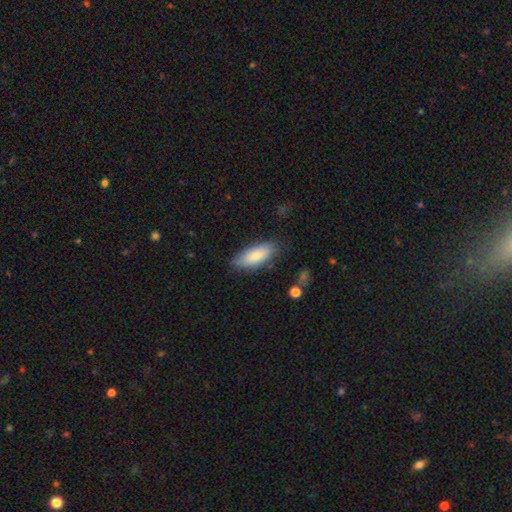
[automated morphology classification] This appears to be a smooth galaxy with no disk features (83%) that is in between round and cigar-shaped (77%). Merging: none (79%).